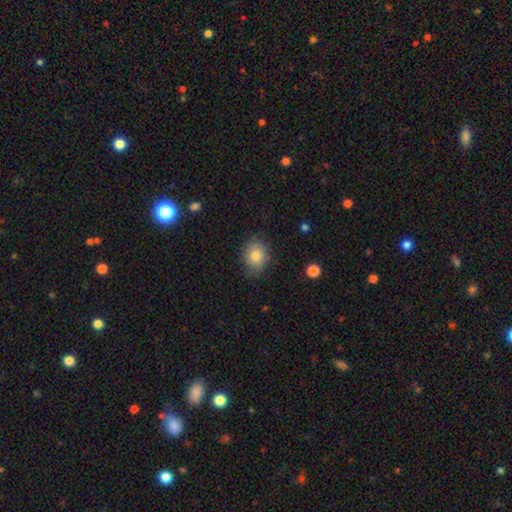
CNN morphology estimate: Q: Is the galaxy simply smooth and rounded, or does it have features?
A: smooth — 80%.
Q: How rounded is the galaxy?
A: in between — 50%.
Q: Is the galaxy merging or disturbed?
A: none — 74%.